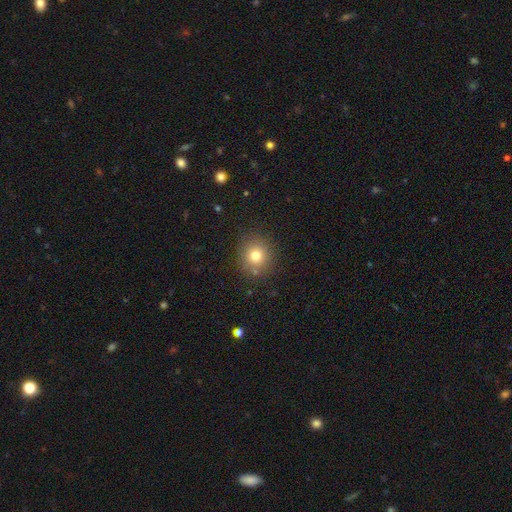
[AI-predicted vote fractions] Overall: smooth (76%). How rounded: round (87%). Merging: none (85%).